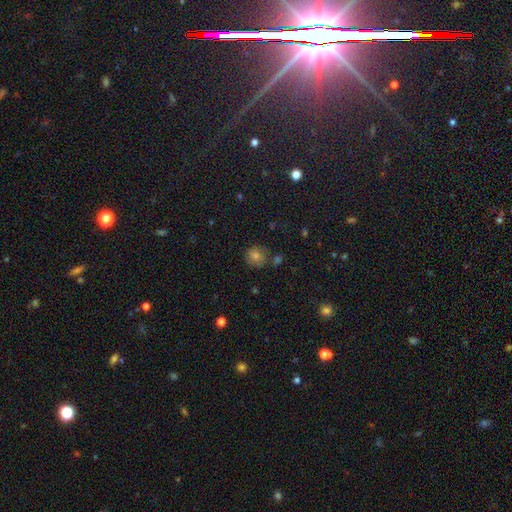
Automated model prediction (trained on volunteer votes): This is likely a smooth galaxy (65%). How rounded: clearly round (89%). Merging: likely none (78%).